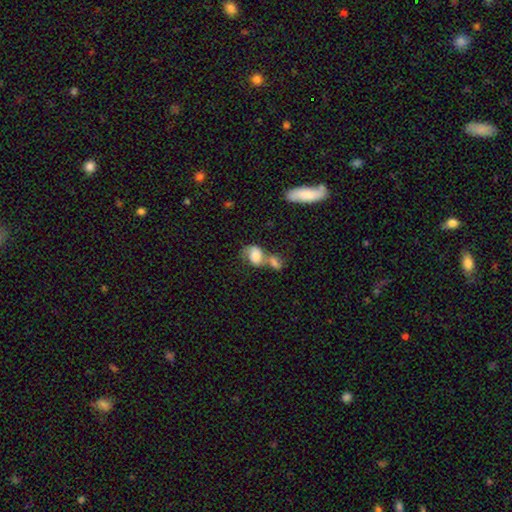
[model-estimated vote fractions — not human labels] A smooth galaxy with no disk features (64%) that is in between round and cigar-shaped (69%).

Vote fractions:
- Smooth or featured? smooth: 64% / featured or disk: 27% / star or artifact: 9%
- How rounded? in between: 69% / round: 29% / cigar-shaped: 2%
- Merging? merger: 60% / none: 18% / minor disturbance: 11% / major disturbance: 11%